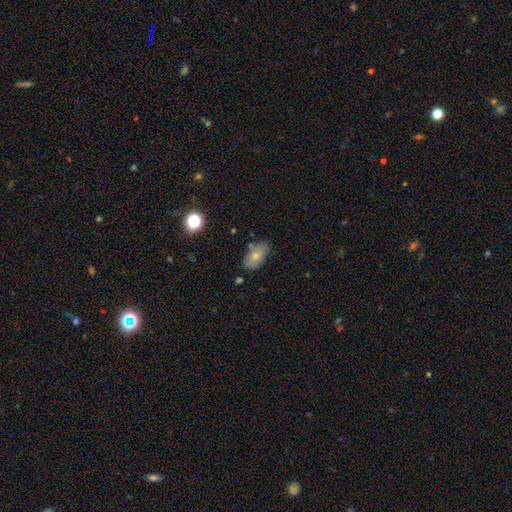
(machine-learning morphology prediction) Smooth or featured?
  - smooth: 74% *
  - featured or disk: 17%
  - star or artifact: 9%
How rounded?
  - in between: 91% *
  - round: 6%
  - cigar-shaped: 3%
Merging?
  - none: 72% *
  - minor disturbance: 21%
  - major disturbance: 4%
  - merger: 3%